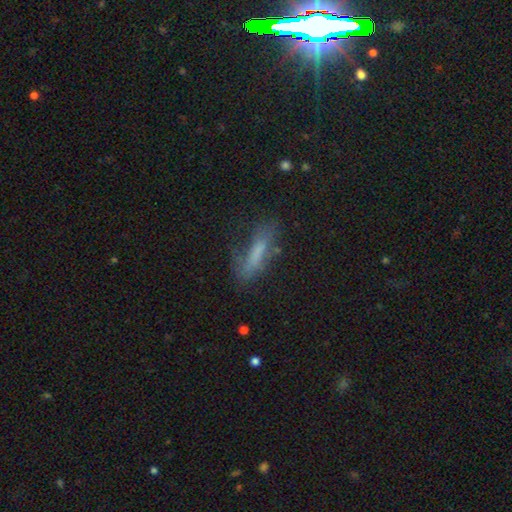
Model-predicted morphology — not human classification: This is likely a smooth galaxy (62%). How rounded: likely cigar-shaped (70%). Merging: possibly none (53%).